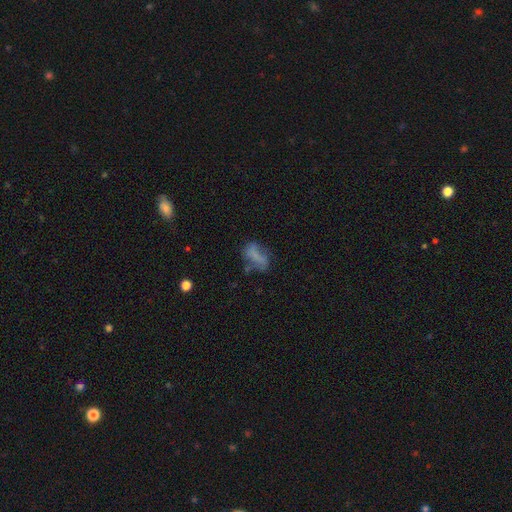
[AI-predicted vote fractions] Smooth or featured? Predicted: smooth (p=0.50). Merging? Predicted: none (p=0.43).